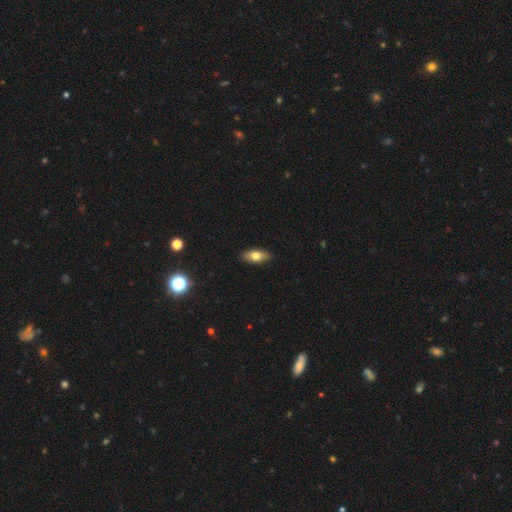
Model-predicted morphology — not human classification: type=smooth (71%); roundness=in between (86%); merging=none (89%).